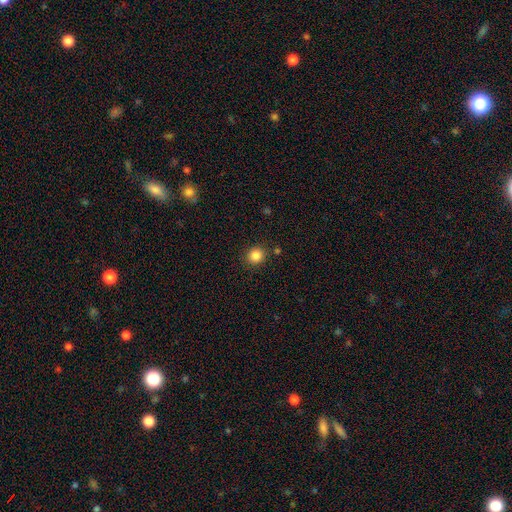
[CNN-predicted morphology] Smooth or featured: smooth — 85% (star or artifact — 11%)
How rounded: round — 88% (in between — 11%)
Merging: none — 87% (minor disturbance — 7%)